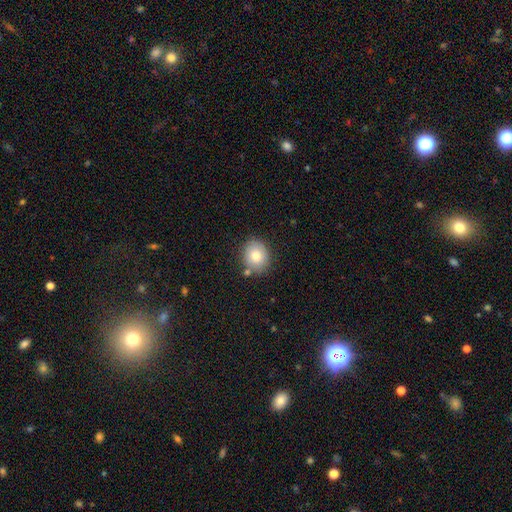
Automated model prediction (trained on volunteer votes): This is likely a smooth galaxy (80%). How rounded: likely round (60%). Merging: likely none (78%).